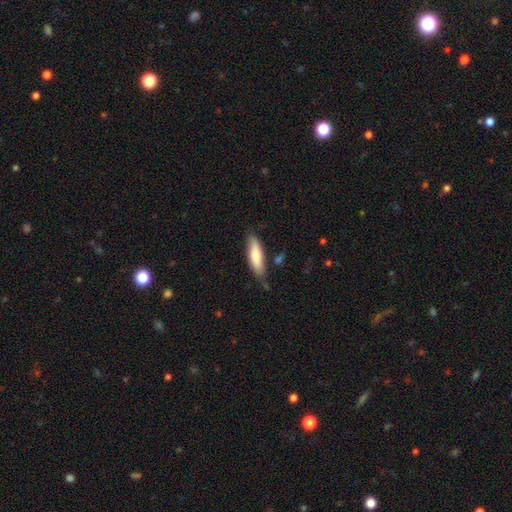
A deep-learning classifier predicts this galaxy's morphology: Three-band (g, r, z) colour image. It shows a smooth galaxy with no disk features (75%) that is cigar-shaped (55%). Merging: none (70%).